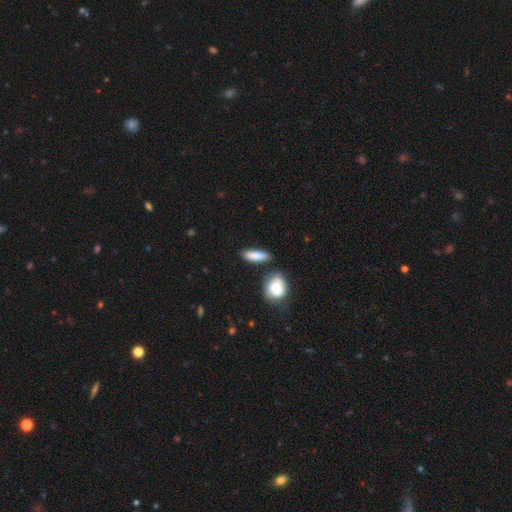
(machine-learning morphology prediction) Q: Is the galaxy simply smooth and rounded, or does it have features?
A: smooth — 82%.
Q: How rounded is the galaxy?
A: in between — 49%.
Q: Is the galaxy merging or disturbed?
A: none — 69%.